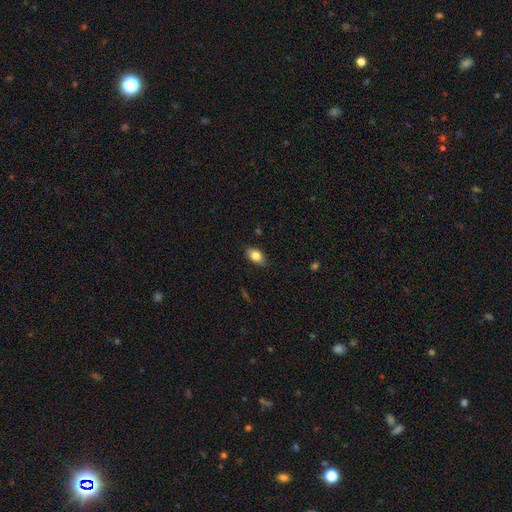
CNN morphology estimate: type=smooth (81%); roundness=in between (87%); merging=none (84%).